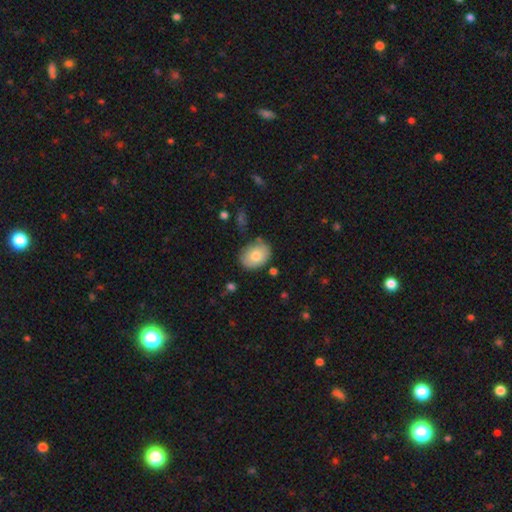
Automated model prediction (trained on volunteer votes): Smooth or featured?
  - smooth: 77% *
  - featured or disk: 16%
  - star or artifact: 7%
How rounded?
  - in between: 70% *
  - round: 29%
  - cigar-shaped: 1%
Merging?
  - none: 81% *
  - minor disturbance: 14%
  - merger: 3%
  - major disturbance: 3%